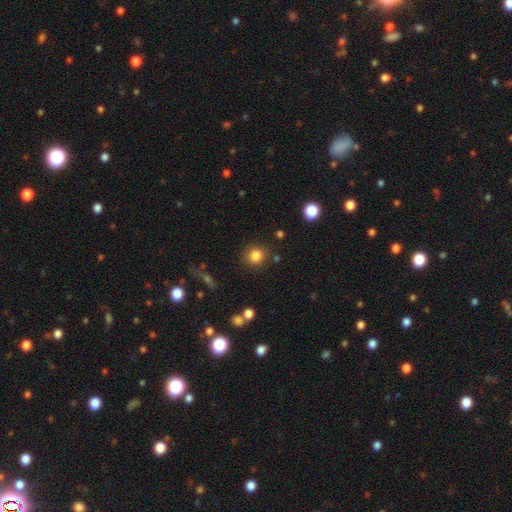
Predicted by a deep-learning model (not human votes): smooth-or-featured: smooth: 83% | star or artifact: 11% | featured or disk: 5%
  how-rounded: round: 88% | in between: 11% | cigar-shaped: 1%
  merging: none: 86% | minor disturbance: 8% | merger: 3% | major disturbance: 3%